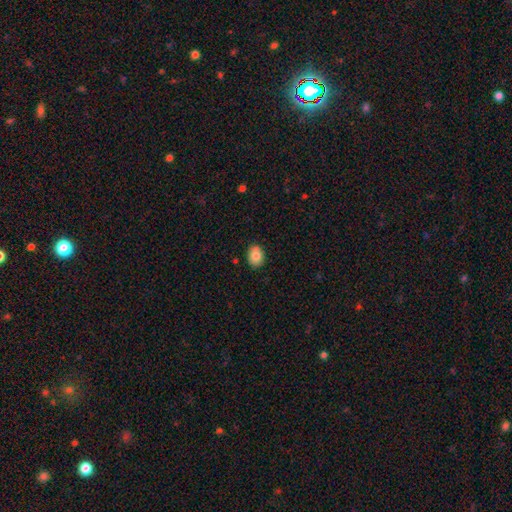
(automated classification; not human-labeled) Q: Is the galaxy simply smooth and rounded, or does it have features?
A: smooth — 86%.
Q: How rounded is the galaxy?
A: in between — 72%.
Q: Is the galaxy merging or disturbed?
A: none — 88%.